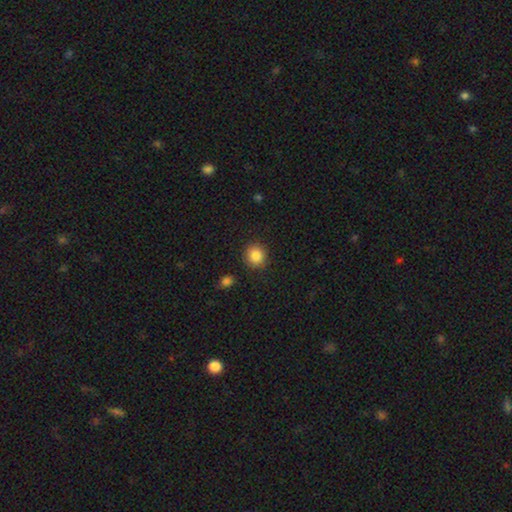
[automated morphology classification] Smooth or featured? smooth (87%)
How rounded? round (87%)
Merging? none (88%)